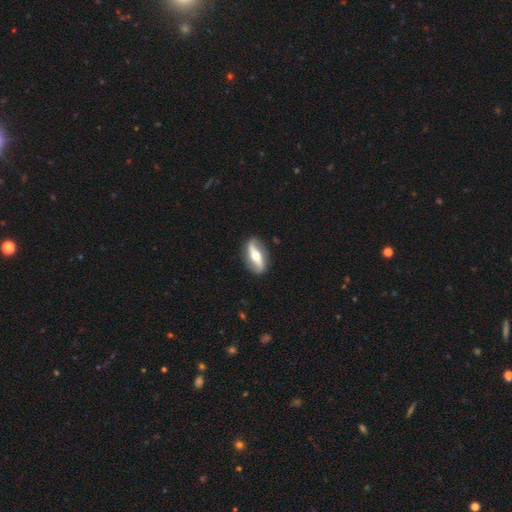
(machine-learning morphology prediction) Smooth or featured: featured or disk — 77% (smooth — 19%)
Edge-on disk: no — 74% (yes — 26%)
Bar: strong — 56% (no — 25%)
Spiral arms: yes — 74% (no — 26%)
Bulge size: moderate — 71% (large — 13%)
Merging: none — 86% (minor disturbance — 10%)